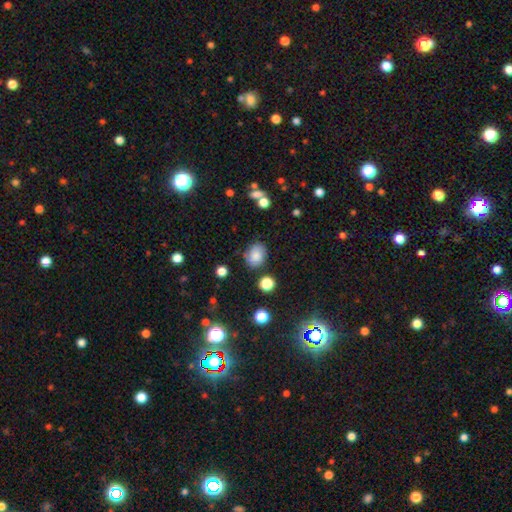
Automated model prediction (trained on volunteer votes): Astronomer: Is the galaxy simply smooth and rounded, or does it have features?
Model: smooth — 81%.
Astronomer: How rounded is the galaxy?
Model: in between — 56% (runner-up: round, 43%).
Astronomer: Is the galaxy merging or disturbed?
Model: none — 72%.